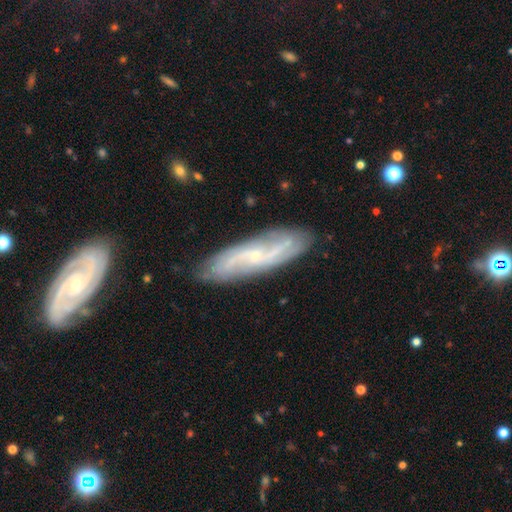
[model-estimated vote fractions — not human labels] Smooth or featured? Predicted: featured or disk (p=0.77). Edge-on disk? Predicted: no (p=0.80). Bar? Predicted: no (p=0.53). Spiral arms? Predicted: yes (p=0.92). Spiral winding? Predicted: medium (p=0.38). Spiral arm count? Predicted: 2 (p=0.58). Bulge size? Predicted: small (p=0.80). Merging? Predicted: none (p=0.80).